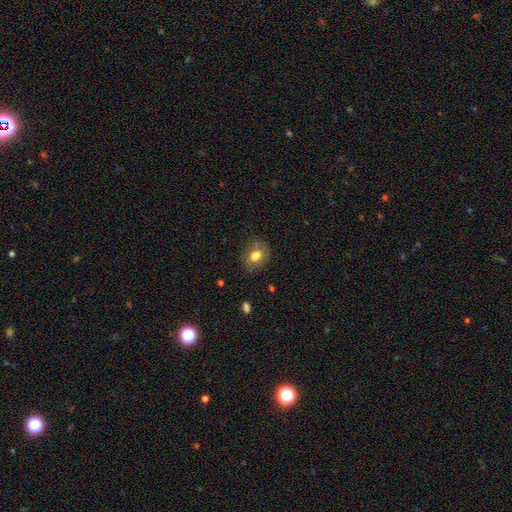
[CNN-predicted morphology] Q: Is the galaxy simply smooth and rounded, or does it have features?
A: smooth — 75%.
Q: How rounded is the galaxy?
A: in between — 51%.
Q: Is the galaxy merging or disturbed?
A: none — 80%.